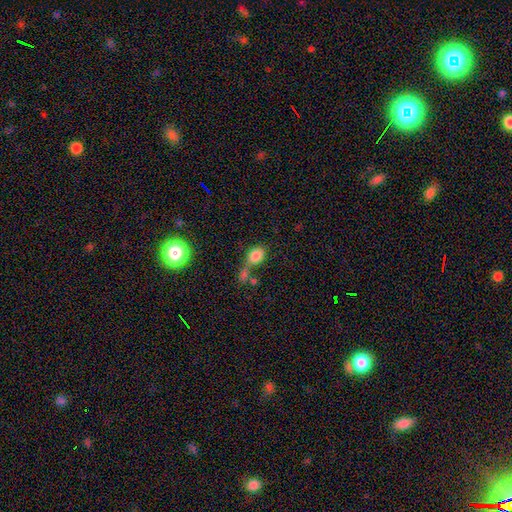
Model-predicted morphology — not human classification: Smooth or featured?
  - smooth: 80% *
  - star or artifact: 12%
  - featured or disk: 8%
How rounded?
  - in between: 64% *
  - round: 33%
  - cigar-shaped: 2%
Merging?
  - none: 40% *
  - merger: 35%
  - minor disturbance: 15%
  - major disturbance: 10%